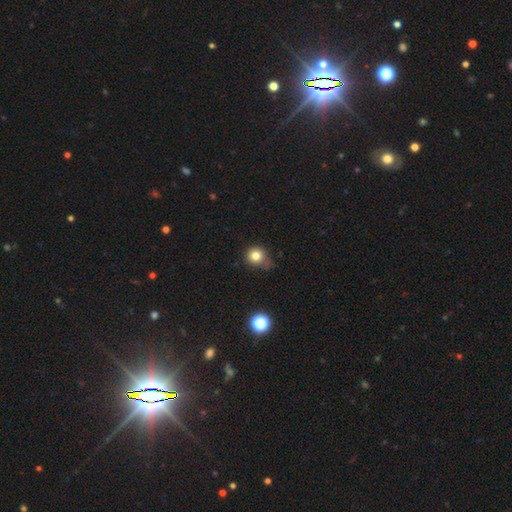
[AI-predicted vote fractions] smooth 80%, star or artifact 13%, featured or disk 7%. Down the decision tree: how rounded — round (82%); merging — none (53%).